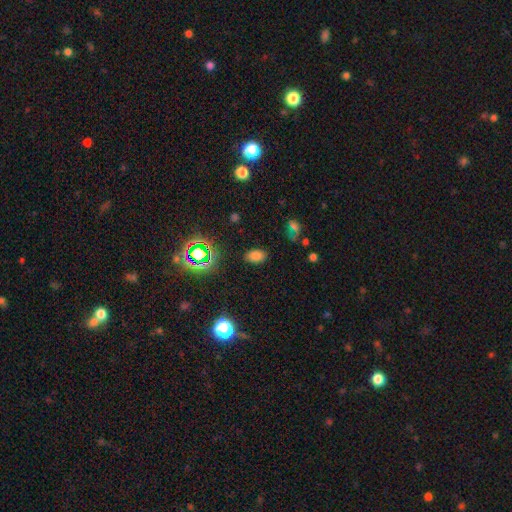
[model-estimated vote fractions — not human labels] smooth 73%, star or artifact 20%, featured or disk 7%. Down the decision tree: how rounded — in between (89%); merging — none (85%).